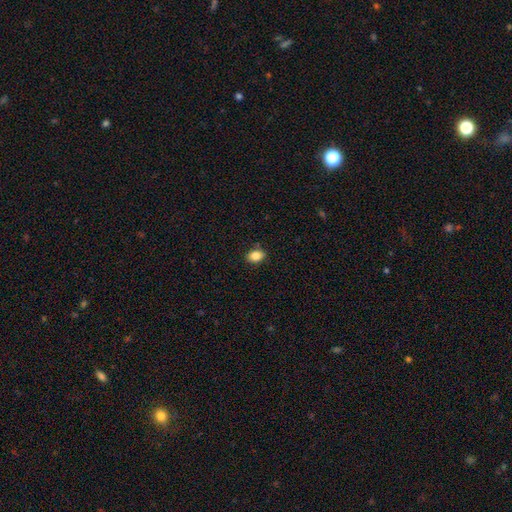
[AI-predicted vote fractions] Smooth or featured? smooth (85%)
How rounded? in between (67%)
Merging? none (84%)